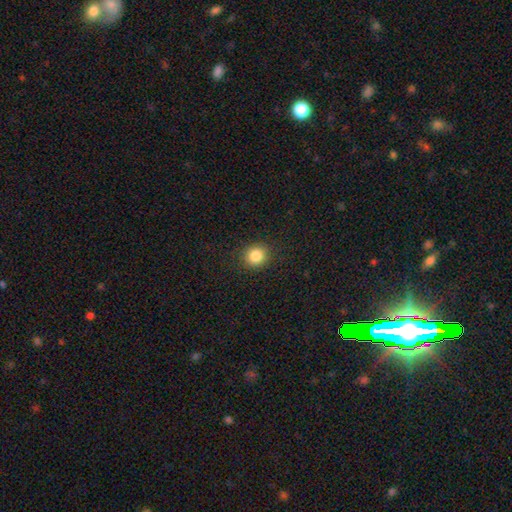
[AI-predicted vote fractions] This appears to be a smooth galaxy with no disk features (85%) that is round (85%). Merging: none (90%).